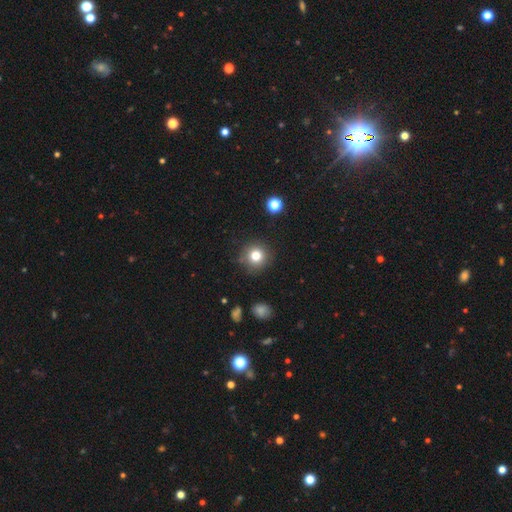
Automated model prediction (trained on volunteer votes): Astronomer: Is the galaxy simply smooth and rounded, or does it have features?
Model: smooth — 79%.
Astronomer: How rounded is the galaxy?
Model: round — 93%.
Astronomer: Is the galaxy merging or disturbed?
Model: none — 87%.